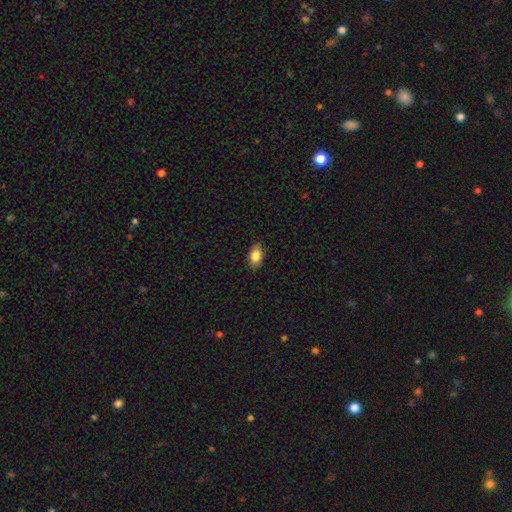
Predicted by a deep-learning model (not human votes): smooth-or-featured: smooth: 81% | featured or disk: 12% | star or artifact: 8%
  how-rounded: in between: 88% | round: 8% | cigar-shaped: 4%
  merging: none: 87% | minor disturbance: 10% | major disturbance: 2% | merger: 1%